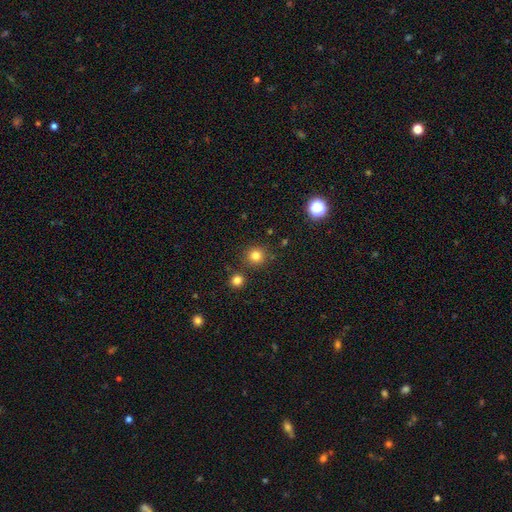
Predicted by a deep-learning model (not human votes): Smooth or featured?
  - smooth: 81% *
  - star or artifact: 14%
  - featured or disk: 5%
How rounded?
  - round: 93% *
  - in between: 6%
  - cigar-shaped: 1%
Merging?
  - none: 85% *
  - minor disturbance: 7%
  - merger: 6%
  - major disturbance: 3%